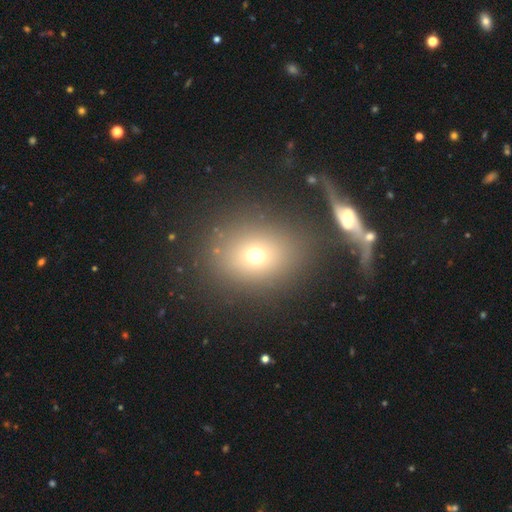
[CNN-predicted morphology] A smooth galaxy with no disk features (68%) that is round (62%). Merging: none (73%).